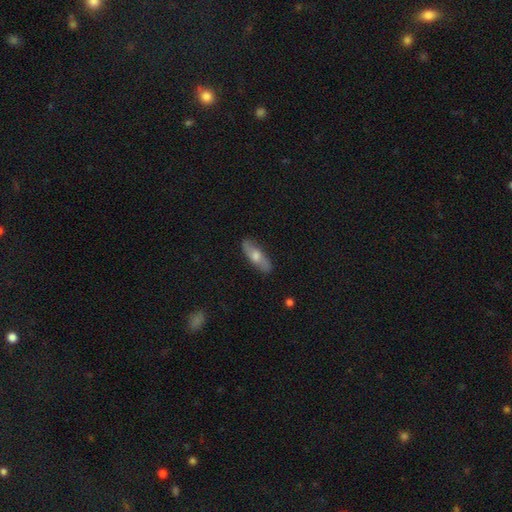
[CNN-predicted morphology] type=smooth (51%); roundness=in between (53%); merging=none (85%).